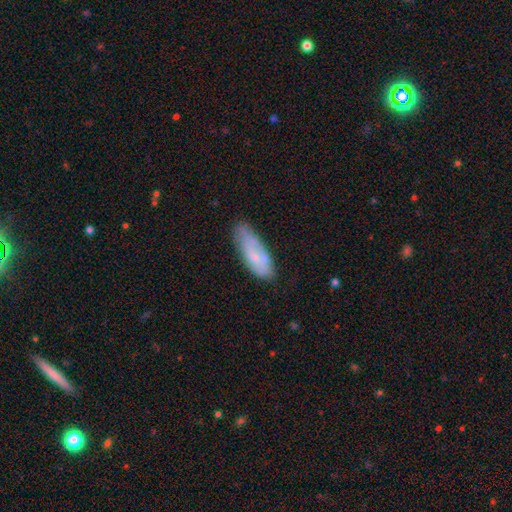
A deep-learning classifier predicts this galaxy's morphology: A smooth galaxy with no disk features (63%) that is in between round and cigar-shaped (65%).

Vote fractions:
- Smooth or featured? smooth: 63% / featured or disk: 30% / star or artifact: 7%
- How rounded? in between: 65% / cigar-shaped: 33% / round: 2%
- Merging? none: 58% / minor disturbance: 30% / major disturbance: 8% / merger: 3%